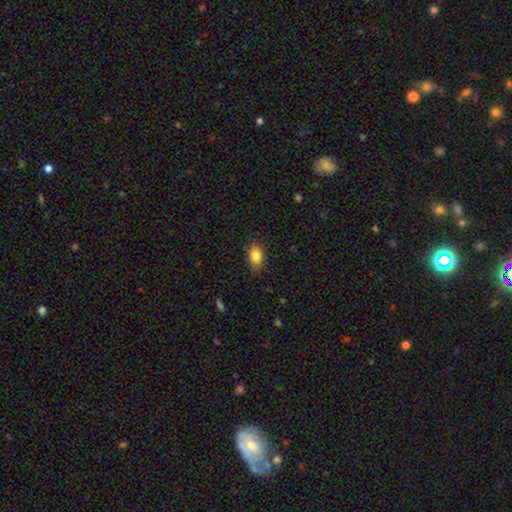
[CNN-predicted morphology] The model was most divided on "merging": none: 81%, minor disturbance: 15%, major disturbance: 3%, merger: 1%. More confident: smooth or featured — smooth (85%); how rounded — in between (85%).